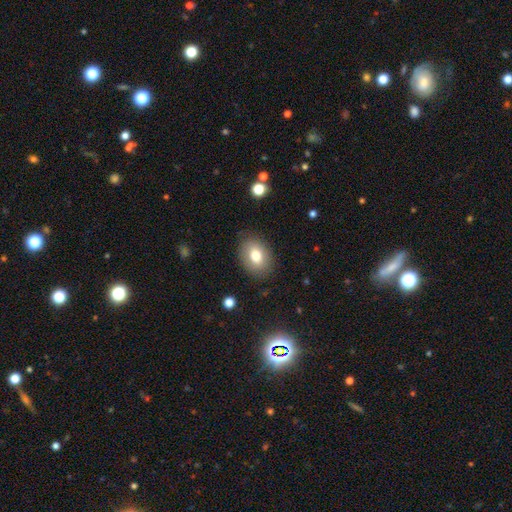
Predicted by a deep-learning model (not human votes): A smooth galaxy with no disk features (76%) that is in between round and cigar-shaped (72%). Merging: none (84%).